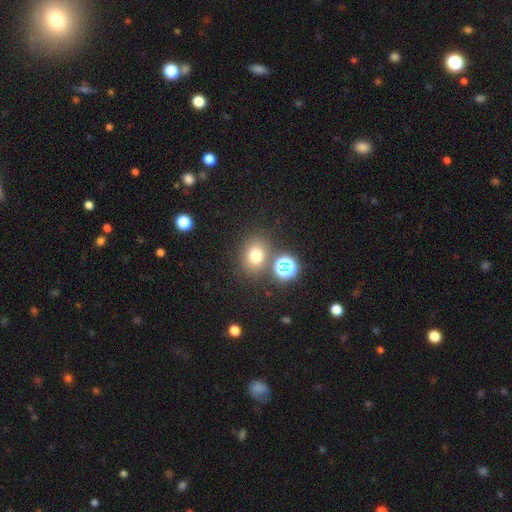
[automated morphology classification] smooth 72%, star or artifact 19%, featured or disk 9%. Down the decision tree: how rounded — round (60%); merging — none (74%).